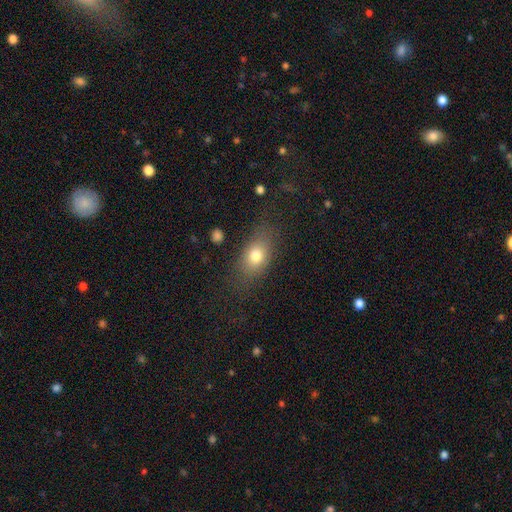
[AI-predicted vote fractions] Smooth or featured? smooth (75%)
How rounded? in between (74%)
Merging? none (74%)